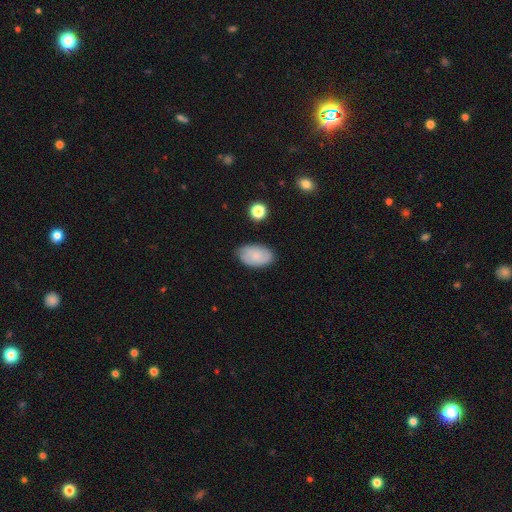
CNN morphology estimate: Smooth or featured? Predicted: smooth (p=0.70). How rounded? Predicted: in between (p=0.92). Merging? Predicted: none (p=0.78).